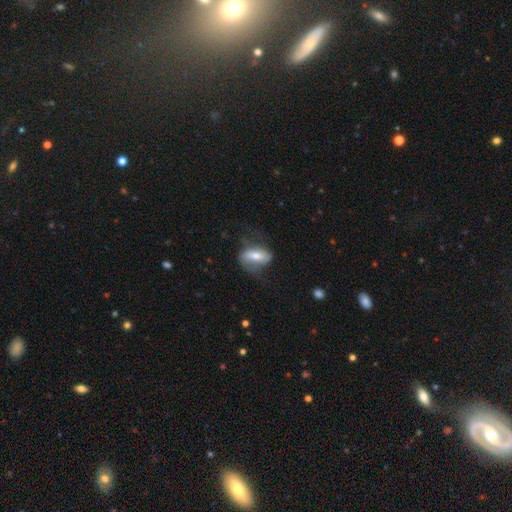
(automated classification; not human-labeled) smooth-or-featured: smooth: 49% | featured or disk: 44% | star or artifact: 7%
  merging: none: 54% | minor disturbance: 26% | major disturbance: 18% | merger: 2%